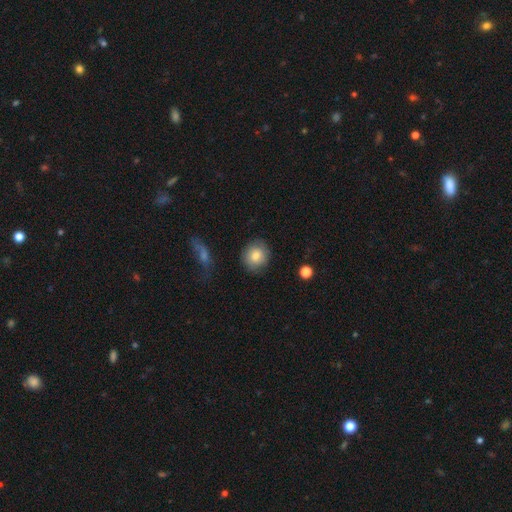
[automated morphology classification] smooth-or-featured: smooth: 77% | featured or disk: 15% | star or artifact: 8%
  how-rounded: round: 85% | in between: 14% | cigar-shaped: 1%
  merging: none: 80% | minor disturbance: 14% | major disturbance: 4% | merger: 2%